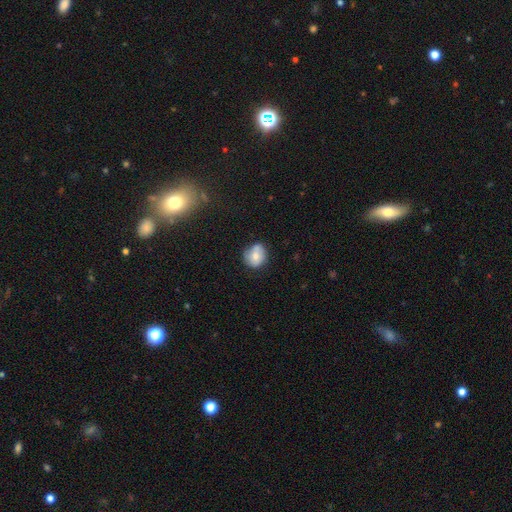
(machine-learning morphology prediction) A smooth galaxy with no disk features (70%) that is round (79%).

Vote fractions:
- Smooth or featured? smooth: 70% / featured or disk: 21% / star or artifact: 9%
- How rounded? round: 79% / in between: 20% / cigar-shaped: 1%
- Merging? none: 61% / minor disturbance: 23% / merger: 10% / major disturbance: 5%